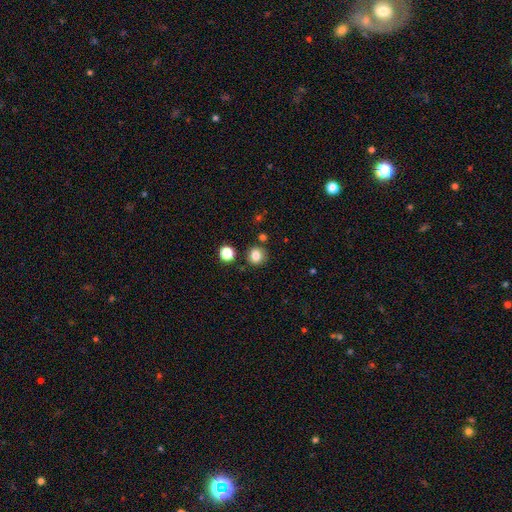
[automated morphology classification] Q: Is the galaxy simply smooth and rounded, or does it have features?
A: smooth — 81%.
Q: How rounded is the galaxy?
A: round — 83%.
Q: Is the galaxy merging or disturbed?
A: none — 81%.